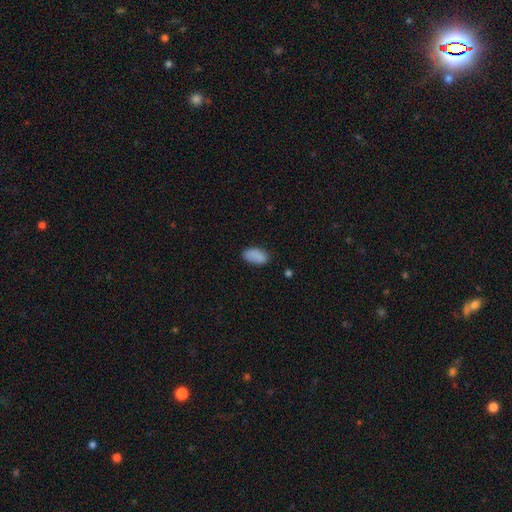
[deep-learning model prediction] Smooth or featured? smooth (88%)
How rounded? in between (94%)
Merging? none (79%)